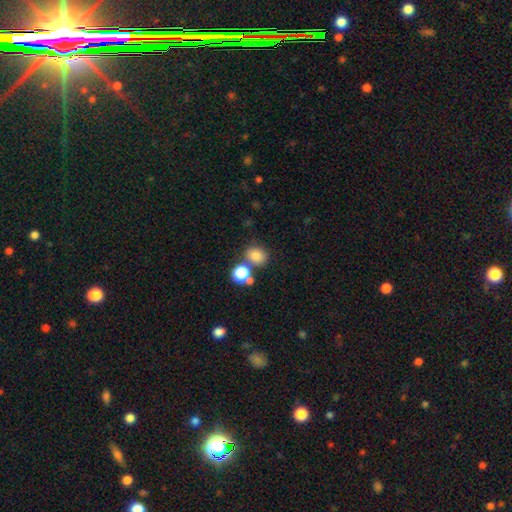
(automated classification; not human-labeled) Overall: smooth (79%). How rounded: round (67%; in between 32%). Merging: none (64%).